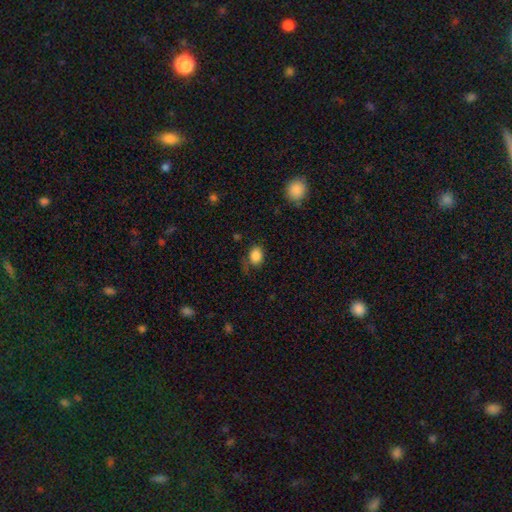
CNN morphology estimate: smooth 85%, star or artifact 10%, featured or disk 5%. Down the decision tree: how rounded — in between (62%); merging — none (65%).